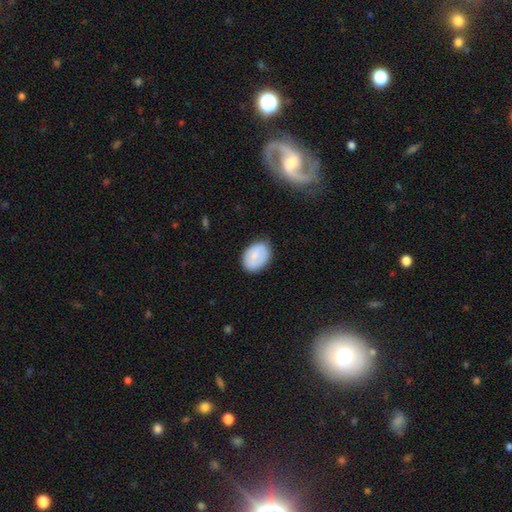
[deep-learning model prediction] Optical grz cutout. It shows a smooth galaxy with no disk features (79%) that is in between round and cigar-shaped (77%). Merging: none (80%).